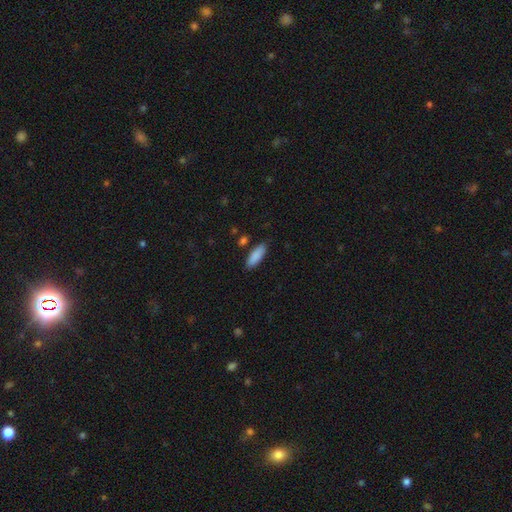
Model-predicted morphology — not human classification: Smooth or featured? smooth (89%)
How rounded? in between (64%)
Merging? none (86%)